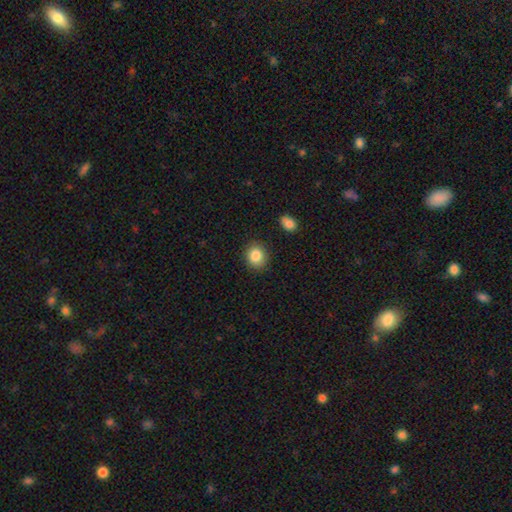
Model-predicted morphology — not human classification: smooth 86%, star or artifact 9%, featured or disk 5%. Down the decision tree: how rounded — round (71%); merging — none (87%).